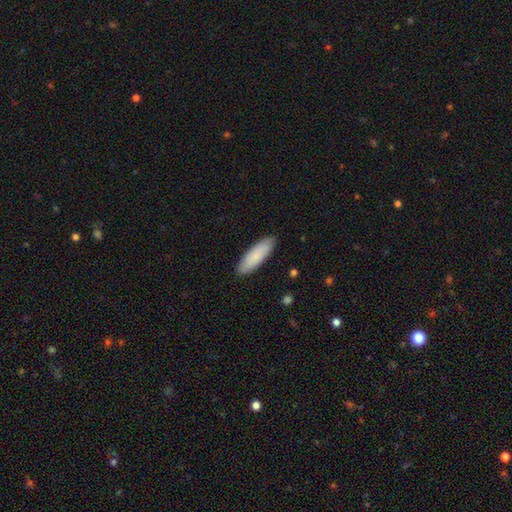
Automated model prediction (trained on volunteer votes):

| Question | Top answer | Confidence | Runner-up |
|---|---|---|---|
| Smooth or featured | smooth | 83% | featured or disk (11%) |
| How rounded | cigar-shaped | 50% | in between (49%) |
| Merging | none | 89% | minor disturbance (9%) |